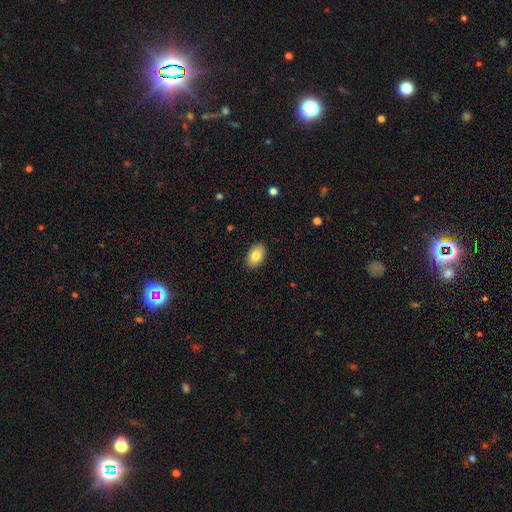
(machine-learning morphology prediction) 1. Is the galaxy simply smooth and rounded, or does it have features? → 85% smooth, 8% featured or disk, 7% star or artifact.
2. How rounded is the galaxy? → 92% in between, 7% round, 1% cigar-shaped.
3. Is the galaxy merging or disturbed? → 89% none, 8% minor disturbance, 2% major disturbance, 1% merger.